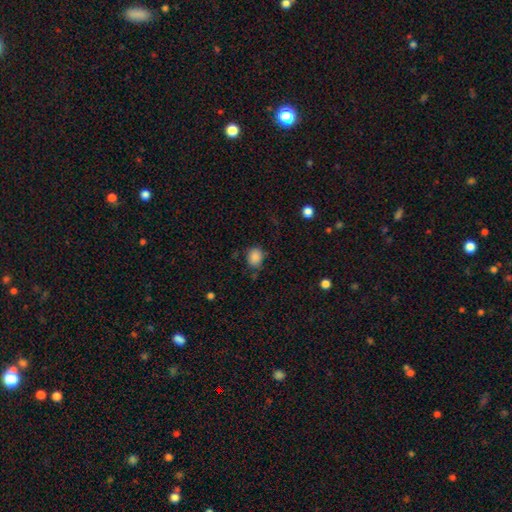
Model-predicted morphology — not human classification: A smooth galaxy with no disk features (86%) that is round (60%).

Vote fractions:
- Smooth or featured? smooth: 86% / star or artifact: 10% / featured or disk: 4%
- How rounded? round: 60% / in between: 39% / cigar-shaped: 1%
- Merging? none: 75% / minor disturbance: 18% / major disturbance: 4% / merger: 3%